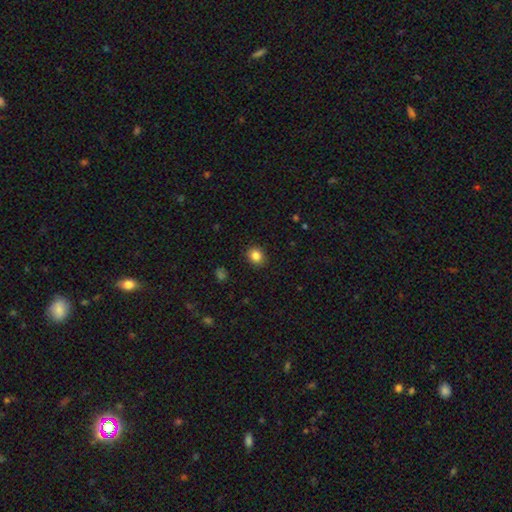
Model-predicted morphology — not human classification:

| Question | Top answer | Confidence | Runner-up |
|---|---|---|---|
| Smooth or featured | smooth | 85% | star or artifact (10%) |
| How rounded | round | 71% | in between (29%) |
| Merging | none | 90% | minor disturbance (7%) |